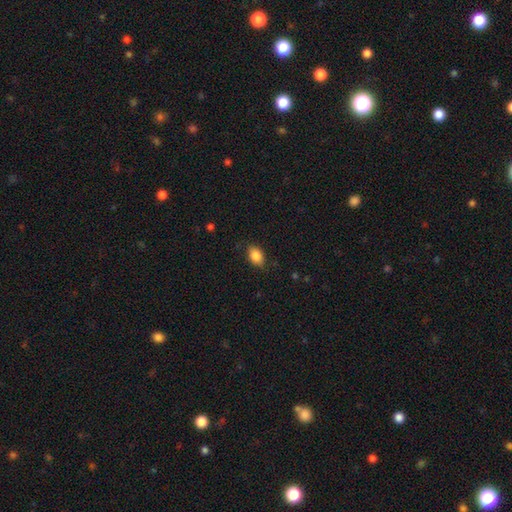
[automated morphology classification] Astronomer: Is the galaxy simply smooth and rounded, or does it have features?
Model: smooth — 87%.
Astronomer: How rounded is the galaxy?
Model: in between — 85%.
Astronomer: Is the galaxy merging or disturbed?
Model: none — 83%.